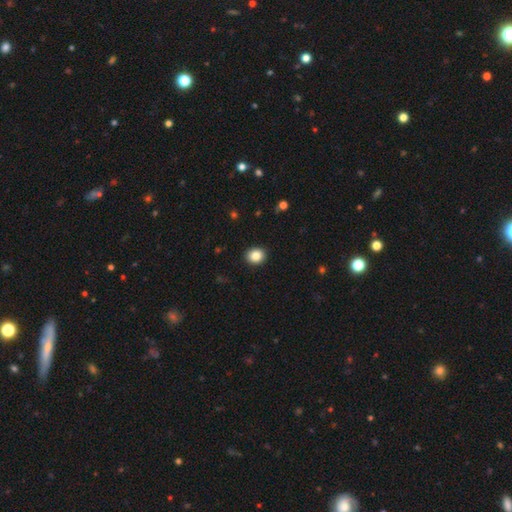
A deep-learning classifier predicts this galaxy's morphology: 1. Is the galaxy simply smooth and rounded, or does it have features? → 86% smooth, 9% star or artifact, 5% featured or disk.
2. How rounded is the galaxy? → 76% round, 23% in between, 1% cigar-shaped.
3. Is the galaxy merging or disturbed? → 92% none, 6% minor disturbance, 2% major disturbance, 1% merger.